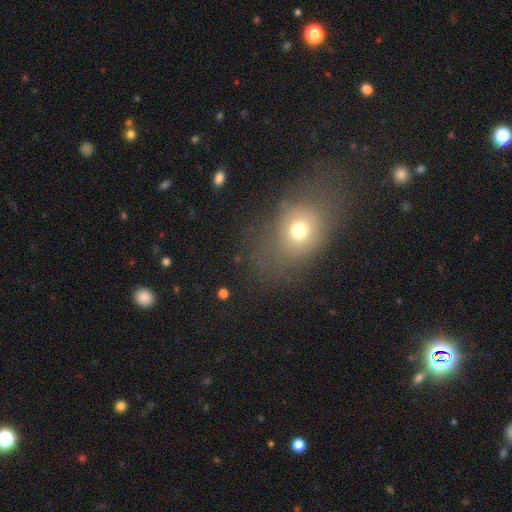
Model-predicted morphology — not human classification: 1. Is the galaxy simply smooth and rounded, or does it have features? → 63% smooth, 21% star or artifact, 16% featured or disk.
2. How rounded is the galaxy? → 56% in between, 42% round, 2% cigar-shaped.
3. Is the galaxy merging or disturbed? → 65% none, 18% minor disturbance, 13% major disturbance, 4% merger.